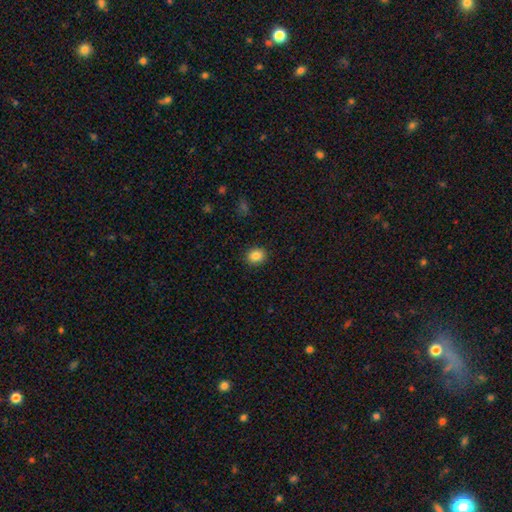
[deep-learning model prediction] Overall: smooth (85%). How rounded: round (63%; in between 36%). Merging: none (90%).